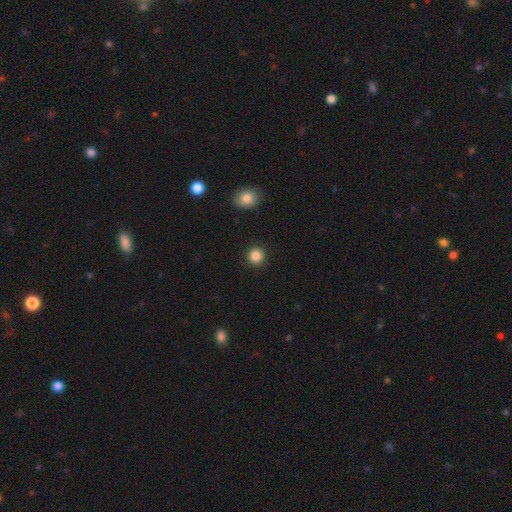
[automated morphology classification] Smooth or featured: smooth — 85% (star or artifact — 11%)
How rounded: round — 94% (in between — 5%)
Merging: none — 92% (minor disturbance — 4%)